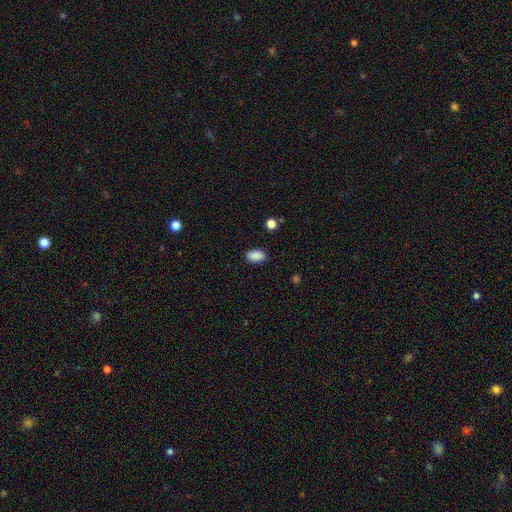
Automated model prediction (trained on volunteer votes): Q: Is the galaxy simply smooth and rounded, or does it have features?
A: smooth — 89%.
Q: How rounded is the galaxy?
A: in between — 92%.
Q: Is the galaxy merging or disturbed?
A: none — 87%.